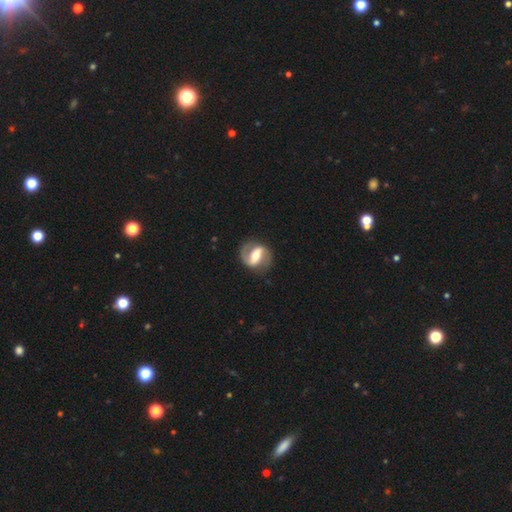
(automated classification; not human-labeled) Smooth or featured? featured or disk (85%)
Edge-on disk? no (97%)
Bar? strong (58%)
Spiral arms? yes (92%)
Spiral winding? medium (51%)
Spiral arm count? 2 (89%)
Bulge size? moderate (62%)
Merging? none (81%)